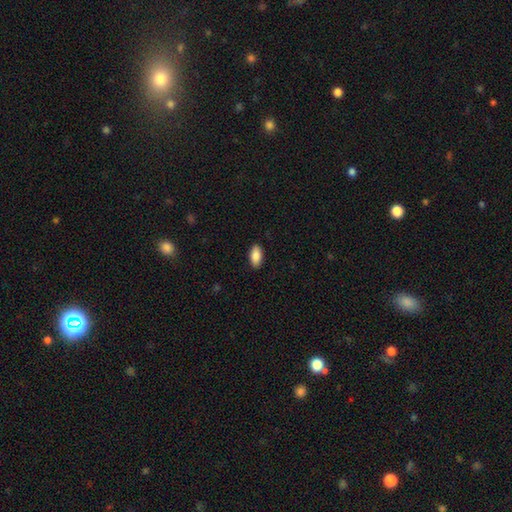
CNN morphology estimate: This is clearly a smooth galaxy (88%). How rounded: clearly in between (92%). Merging: clearly none (90%).